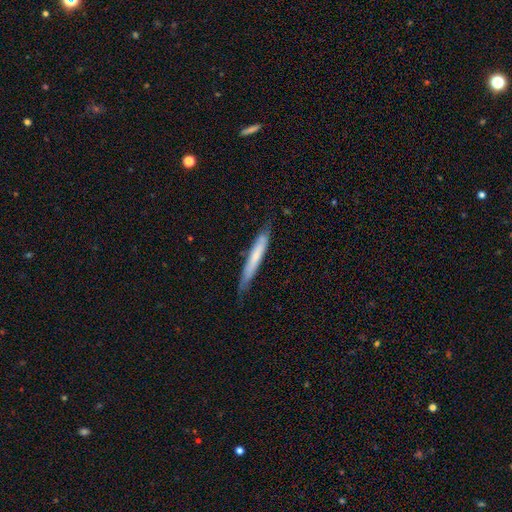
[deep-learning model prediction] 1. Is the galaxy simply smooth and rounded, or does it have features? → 56% smooth, 38% featured or disk, 6% star or artifact.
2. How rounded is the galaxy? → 94% cigar-shaped, 4% in between, 1% round.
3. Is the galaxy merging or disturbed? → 77% none, 19% minor disturbance, 3% major disturbance, 1% merger.